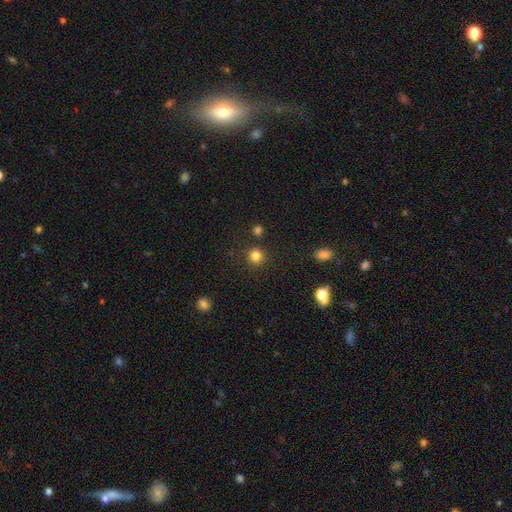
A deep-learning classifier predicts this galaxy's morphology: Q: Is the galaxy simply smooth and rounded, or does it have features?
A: smooth — 82%.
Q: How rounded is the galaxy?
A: round — 93%.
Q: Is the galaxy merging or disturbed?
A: none — 87%.